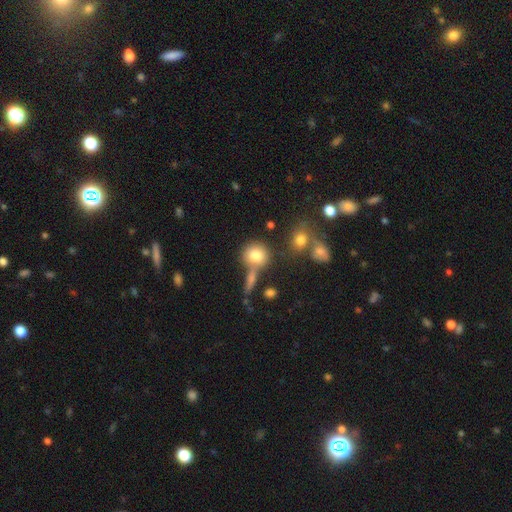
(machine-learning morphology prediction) This is likely a smooth galaxy (79%). How rounded: clearly round (83%). Merging: possibly none (58%).